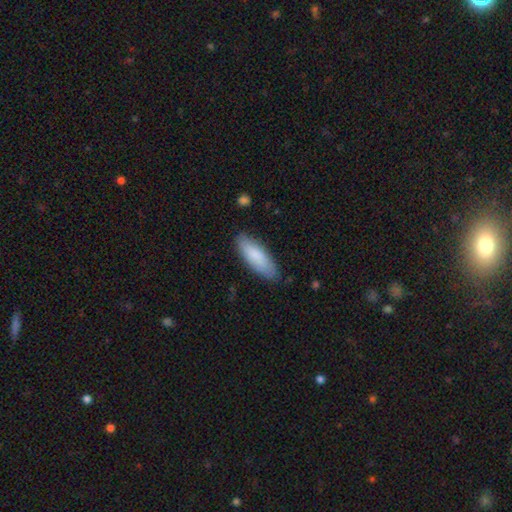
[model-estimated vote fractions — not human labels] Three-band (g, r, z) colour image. It shows a smooth galaxy with no disk features (84%) that is in between round and cigar-shaped (64%). Merging: none (82%).